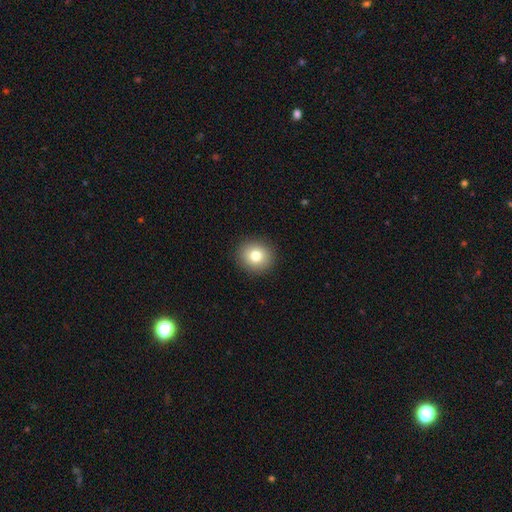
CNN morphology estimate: smooth-or-featured: smooth: 79% | featured or disk: 11% | star or artifact: 11%
  how-rounded: round: 87% | in between: 12% | cigar-shaped: 1%
  merging: none: 91% | minor disturbance: 6% | major disturbance: 2% | merger: 1%